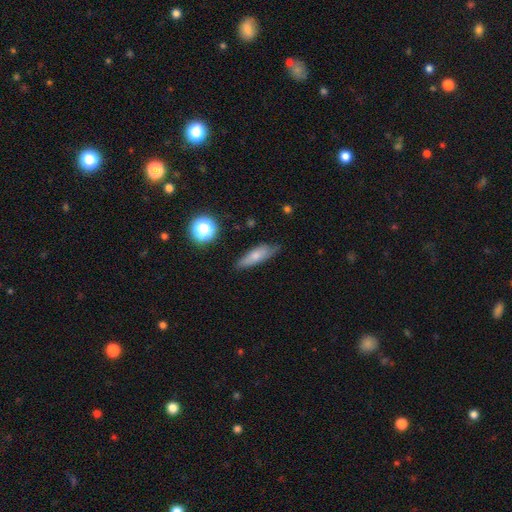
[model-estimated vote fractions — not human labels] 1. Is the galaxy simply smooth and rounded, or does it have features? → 68% smooth, 24% featured or disk, 9% star or artifact.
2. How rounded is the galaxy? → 53% cigar-shaped, 43% in between, 4% round.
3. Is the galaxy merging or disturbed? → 72% none, 22% minor disturbance, 4% major disturbance, 2% merger.